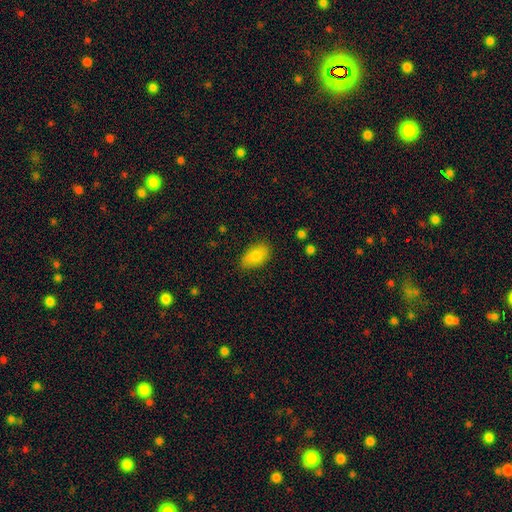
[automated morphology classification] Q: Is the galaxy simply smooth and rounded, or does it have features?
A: smooth — 83%.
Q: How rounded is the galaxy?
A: in between — 92%.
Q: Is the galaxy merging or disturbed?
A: none — 81%.